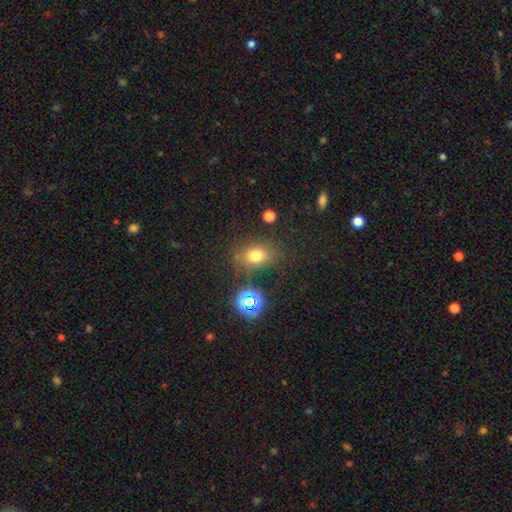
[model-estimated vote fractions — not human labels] A smooth galaxy with no disk features (69%) that is in between round and cigar-shaped (56%).

Vote fractions:
- Smooth or featured? smooth: 69% / star or artifact: 21% / featured or disk: 10%
- How rounded? in between: 56% / round: 42% / cigar-shaped: 2%
- Merging? none: 75% / minor disturbance: 14% / major disturbance: 6% / merger: 5%